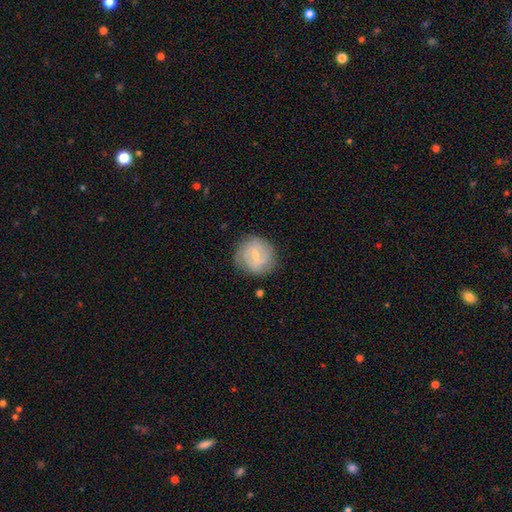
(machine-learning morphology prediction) This appears to be a featured or disk galaxy (54%) with a weak bar (57%), spiral arms (70%) and a small central bulge (61%). Merging: none (77%).